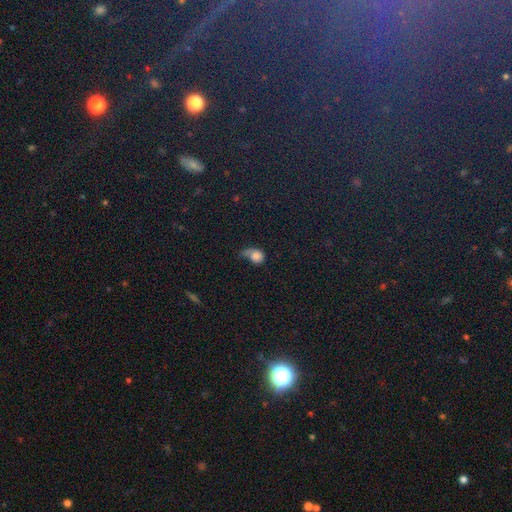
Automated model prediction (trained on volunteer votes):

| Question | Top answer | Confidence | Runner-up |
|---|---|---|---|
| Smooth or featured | smooth | 75% | featured or disk (14%) |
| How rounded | round | 57% | in between (41%) |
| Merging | major disturbance | 34% | minor disturbance (28%) |